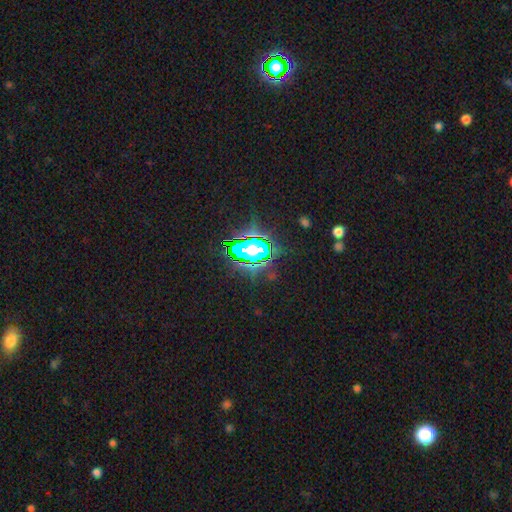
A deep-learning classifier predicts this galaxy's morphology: smooth-or-featured: star or artifact: 65% | smooth: 22% | featured or disk: 13%